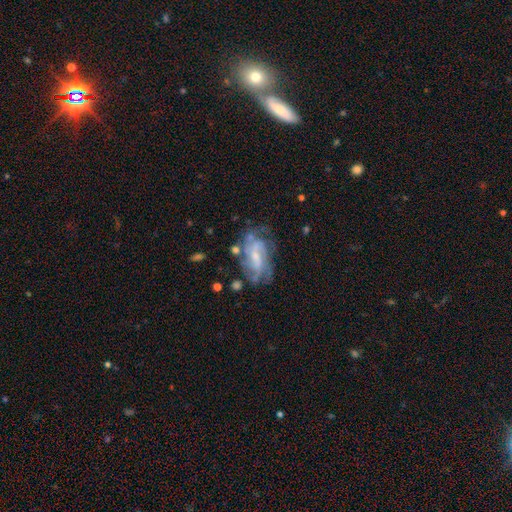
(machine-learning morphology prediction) Overall: featured or disk (78%). Edge-on disk: no (95%). Bar: weak (46%; no 36%). Spiral arms: yes (88%). Spiral arm count: can't tell (35%; 2 22%). Spiral winding: tight (42%; medium 41%). Bulge size: small (50%; moderate 30%). Merging: none (60%; minor disturbance 21%).